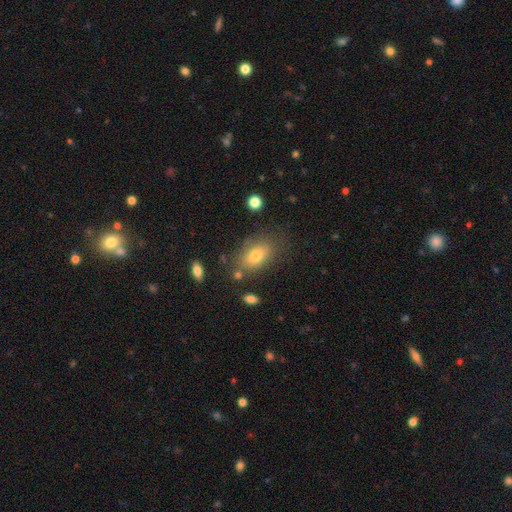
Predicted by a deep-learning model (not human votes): This appears to be a smooth galaxy with no disk features (76%) that is in between round and cigar-shaped (85%). Merging: none (71%).